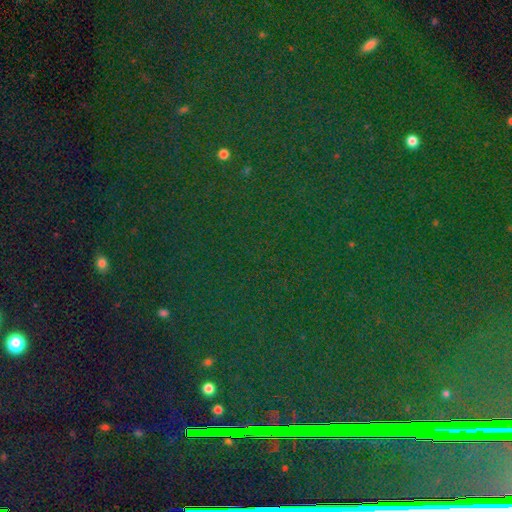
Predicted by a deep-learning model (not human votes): Smooth or featured? Predicted: star or artifact (p=0.81).